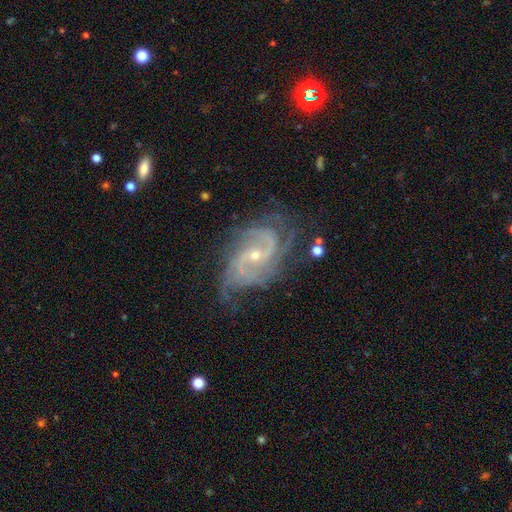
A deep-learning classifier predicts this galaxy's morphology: A featured or disk galaxy (88%) with no bar (46%), 2 (39%) medium (47%) spiral arms (97%) and a small central bulge (67%).

Vote fractions:
- Smooth or featured? featured or disk: 88% / star or artifact: 7% / smooth: 5%
- Edge-on disk? no: 97% / yes: 3%
- Bar? no: 46% / weak: 40% / strong: 14%
- Spiral arms? yes: 97% / no: 3%
- Spiral winding? medium: 47% / tight: 37% / loose: 16%
- Spiral arm count? 2: 39% / 3: 24% / can't tell: 15% / 4: 9% / more than 4: 6% / 1: 6%
- Bulge size? small: 67% / moderate: 30% / none: 1% / large: 1% / dominant: 1%
- Merging? none: 66% / minor disturbance: 22% / major disturbance: 10% / merger: 2%